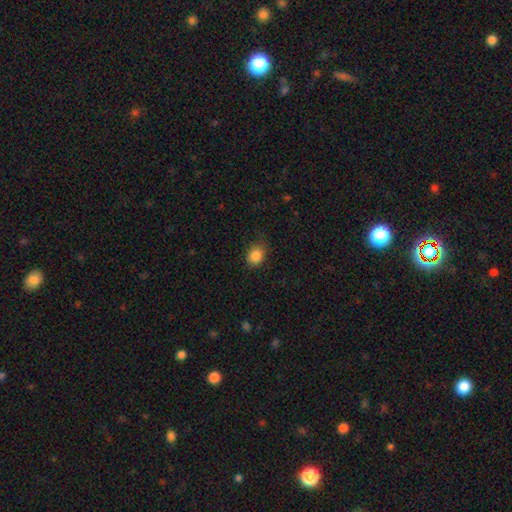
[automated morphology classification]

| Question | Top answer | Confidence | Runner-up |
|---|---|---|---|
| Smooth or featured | smooth | 86% | star or artifact (9%) |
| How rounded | in between | 50% | round (49%) |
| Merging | none | 77% | minor disturbance (18%) |